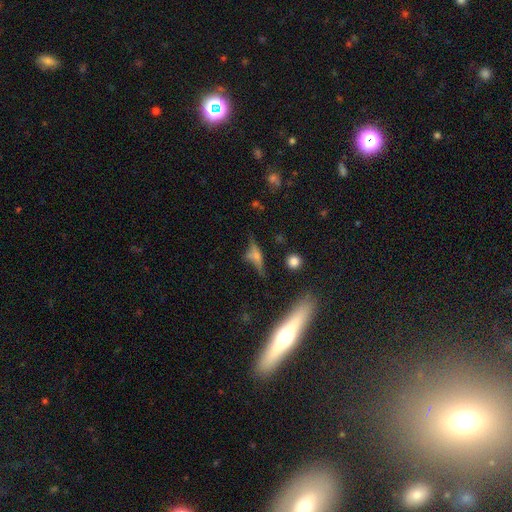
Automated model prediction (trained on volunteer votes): A featured or disk galaxy (44%).

Vote fractions:
- Smooth or featured? featured or disk: 44% / smooth: 41% / star or artifact: 15%
- Merging? none: 59% / minor disturbance: 23% / major disturbance: 11% / merger: 7%